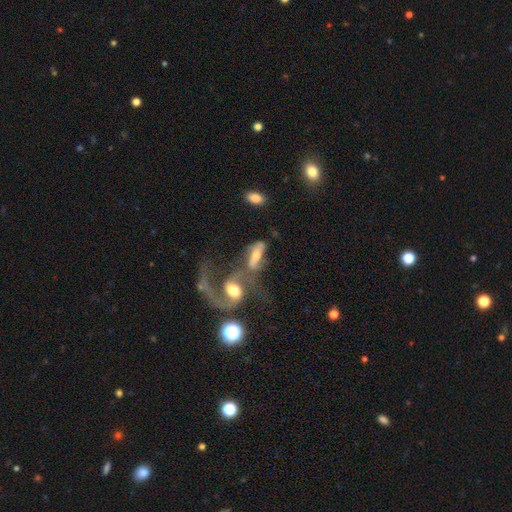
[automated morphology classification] type=featured or disk (50%); edge-on=no (82%); merging=merger (58%).